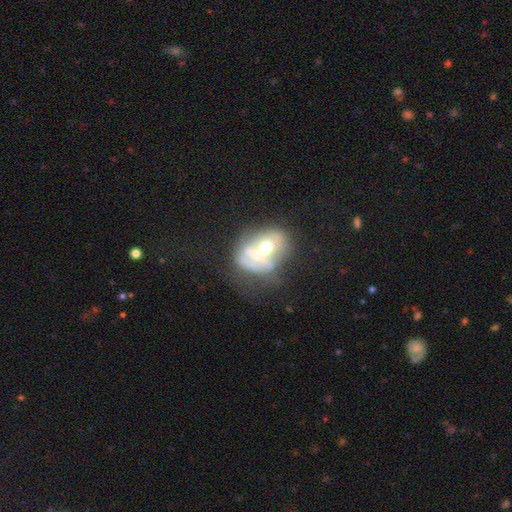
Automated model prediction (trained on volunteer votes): Smooth or featured? featured or disk (47%)
Merging? merger (50%)